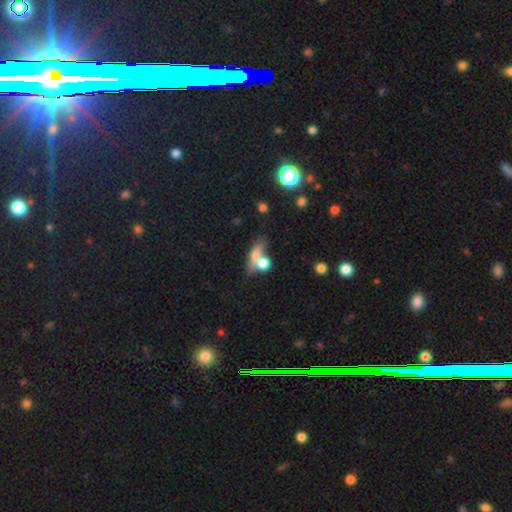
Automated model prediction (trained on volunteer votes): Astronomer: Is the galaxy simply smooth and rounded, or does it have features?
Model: smooth — 63%.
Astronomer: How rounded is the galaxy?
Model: in between — 44% (runner-up: cigar-shaped, 33%).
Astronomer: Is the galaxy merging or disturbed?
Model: merger — 42% (runner-up: none, 38%).